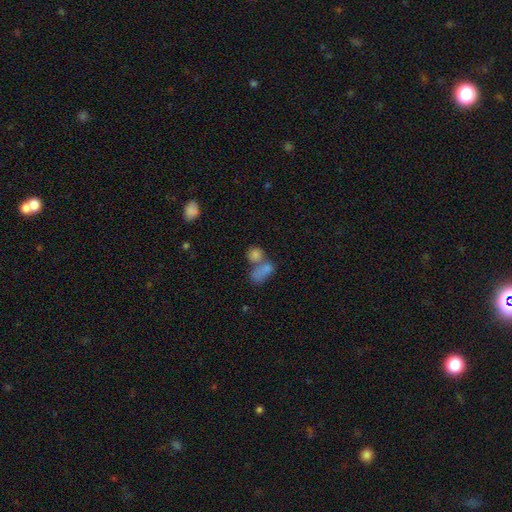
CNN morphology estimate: This is likely a smooth galaxy (78%). How rounded: possibly in between (49%). Merging: possibly merger (57%).